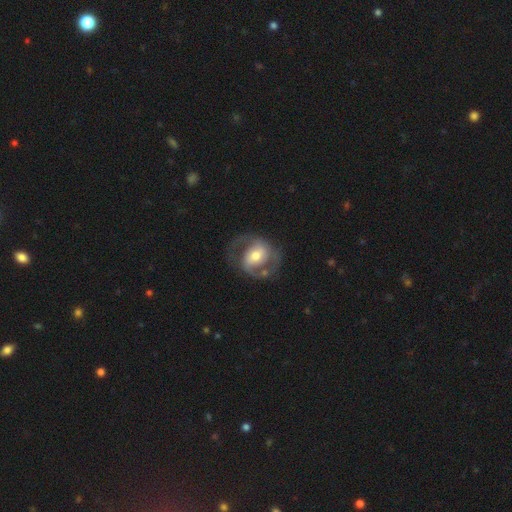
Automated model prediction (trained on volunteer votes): featured or disk 75%, smooth 20%, star or artifact 5%. Down the decision tree: edge-on disk — no (97%); bar — weak (40%); spiral arms — yes (83%); spiral arm count — 2 (84%); spiral winding — medium (52%); bulge size — moderate (63%); merging — none (63%).